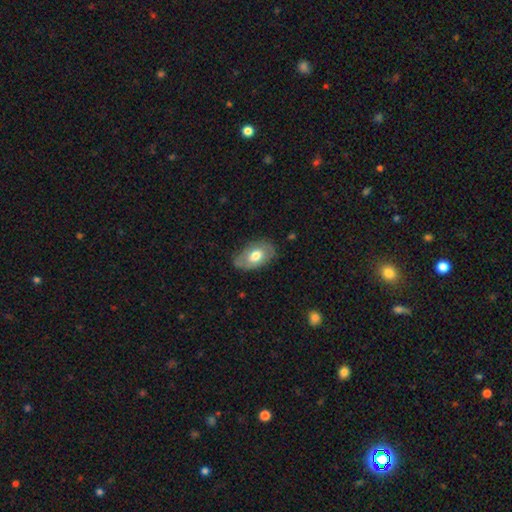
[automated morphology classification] Smooth or featured?
  - smooth: 58% *
  - featured or disk: 36%
  - star or artifact: 6%
How rounded?
  - in between: 91% *
  - round: 8%
  - cigar-shaped: 2%
Merging?
  - none: 72% *
  - minor disturbance: 21%
  - major disturbance: 5%
  - merger: 1%